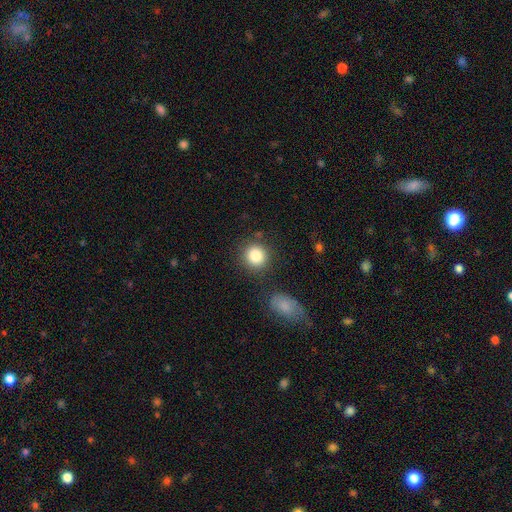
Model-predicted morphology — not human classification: The model was most divided on "merging": none: 82%, minor disturbance: 9%, merger: 5%, major disturbance: 3%. More confident: how rounded — round (89%); smooth or featured — smooth (85%).